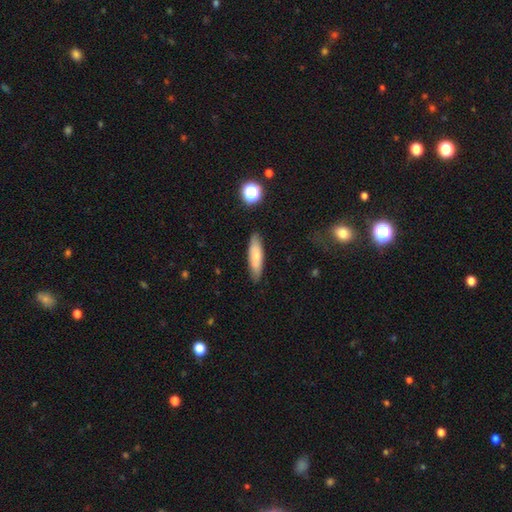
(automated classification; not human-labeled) A smooth galaxy with no disk features (68%) that is cigar-shaped (57%). Merging: none (84%).